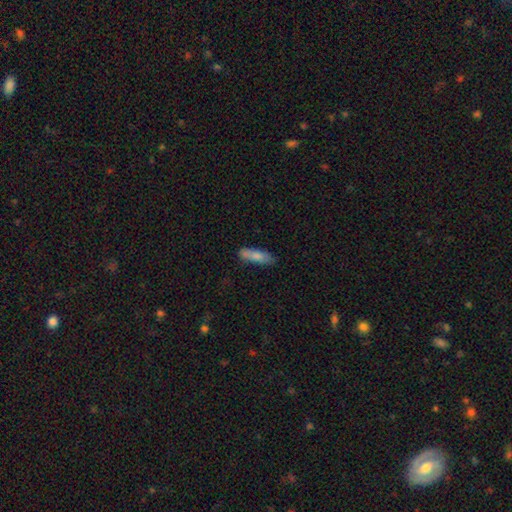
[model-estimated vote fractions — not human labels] A smooth galaxy with no disk features (80%) that is cigar-shaped (57%).

Vote fractions:
- Smooth or featured? smooth: 80% / featured or disk: 13% / star or artifact: 6%
- How rounded? cigar-shaped: 57% / in between: 41% / round: 2%
- Merging? none: 72% / minor disturbance: 20% / major disturbance: 4% / merger: 4%